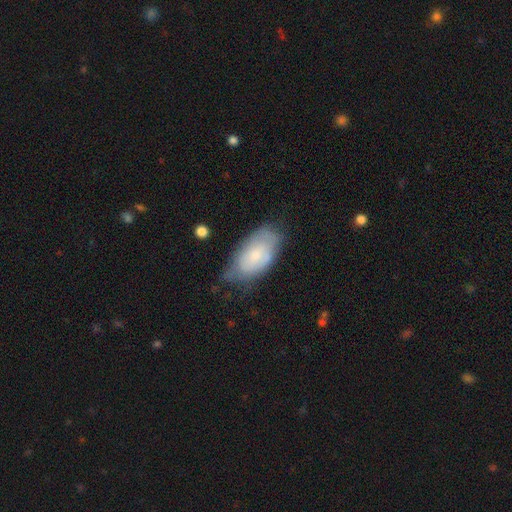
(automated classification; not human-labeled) Smooth or featured? Predicted: smooth (p=0.63). How rounded? Predicted: in between (p=0.94). Merging? Predicted: none (p=0.51).